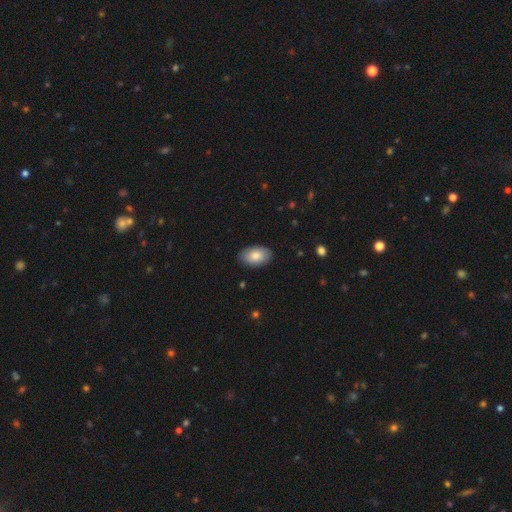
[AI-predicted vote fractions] Smooth or featured: smooth — 81% (featured or disk — 13%)
How rounded: in between — 93% (round — 5%)
Merging: none — 86% (minor disturbance — 11%)